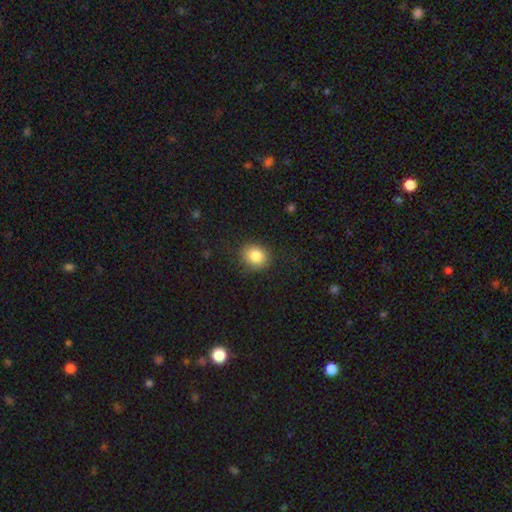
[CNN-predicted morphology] Smooth or featured?
  - smooth: 85% *
  - star or artifact: 9%
  - featured or disk: 6%
How rounded?
  - round: 66% *
  - in between: 33%
  - cigar-shaped: 1%
Merging?
  - none: 85% *
  - minor disturbance: 11%
  - major disturbance: 3%
  - merger: 1%